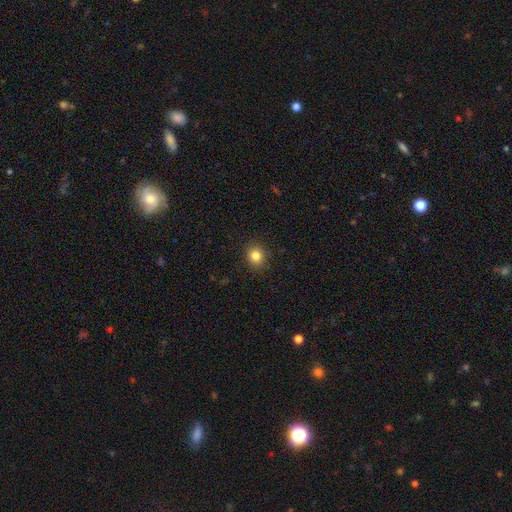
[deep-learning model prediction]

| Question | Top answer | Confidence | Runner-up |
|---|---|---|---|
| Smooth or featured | smooth | 83% | star or artifact (11%) |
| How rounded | round | 78% | in between (21%) |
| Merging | none | 90% | minor disturbance (7%) |